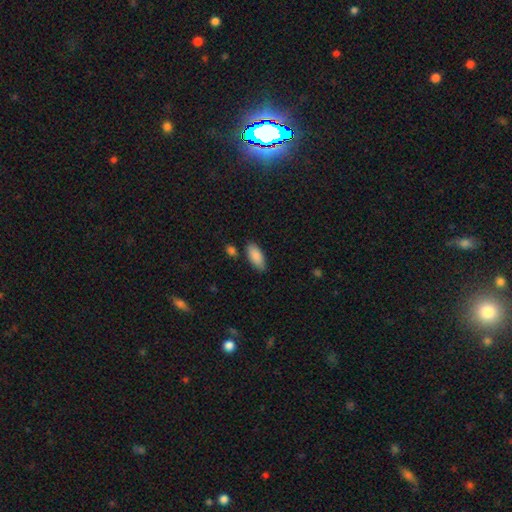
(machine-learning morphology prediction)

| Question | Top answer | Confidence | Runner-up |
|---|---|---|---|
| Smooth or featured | smooth | 89% | star or artifact (6%) |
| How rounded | in between | 88% | cigar-shaped (11%) |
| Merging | none | 81% | minor disturbance (12%) |